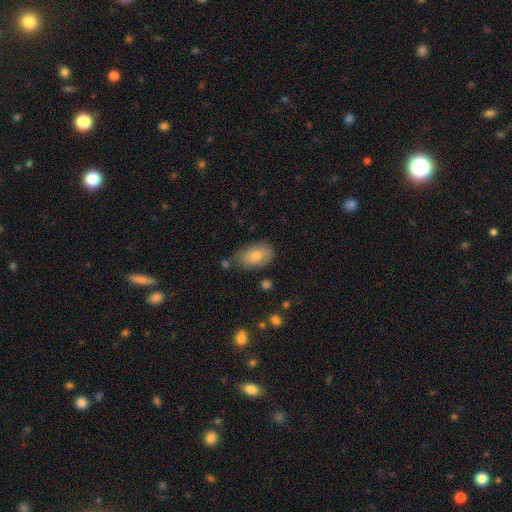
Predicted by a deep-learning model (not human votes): smooth_or_featured: smooth (p=0.76) [alt: featured or disk p=0.16]
how_rounded: in between (p=0.92) [alt: round p=0.06]
merging: none (p=0.72) [alt: minor disturbance p=0.20]